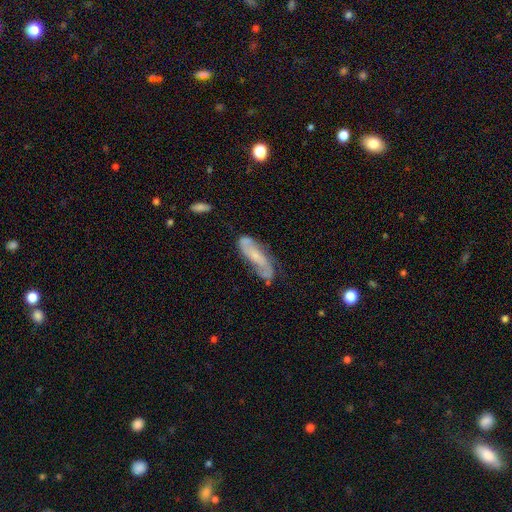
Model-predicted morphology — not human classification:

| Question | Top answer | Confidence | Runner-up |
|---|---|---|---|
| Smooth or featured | featured or disk | 64% | smooth (30%) |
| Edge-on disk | no | 83% | yes (17%) |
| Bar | no | 54% | weak (33%) |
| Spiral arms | yes | 87% | no (13%) |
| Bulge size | small | 55% | moderate (29%) |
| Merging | none | 58% | minor disturbance (26%) |